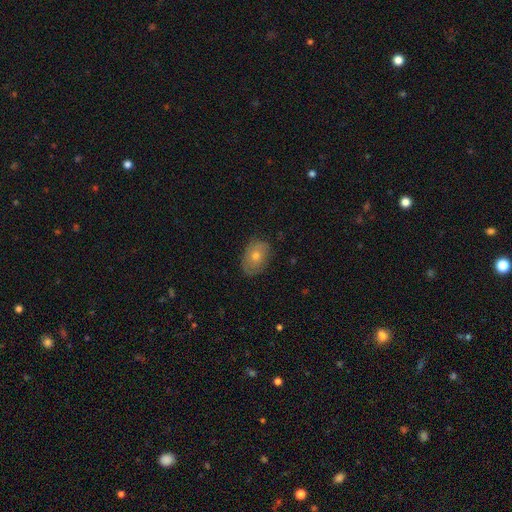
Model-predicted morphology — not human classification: Smooth or featured: smooth — 55% (featured or disk — 36%)
How rounded: in between — 78% (round — 21%)
Merging: none — 78% (minor disturbance — 18%)